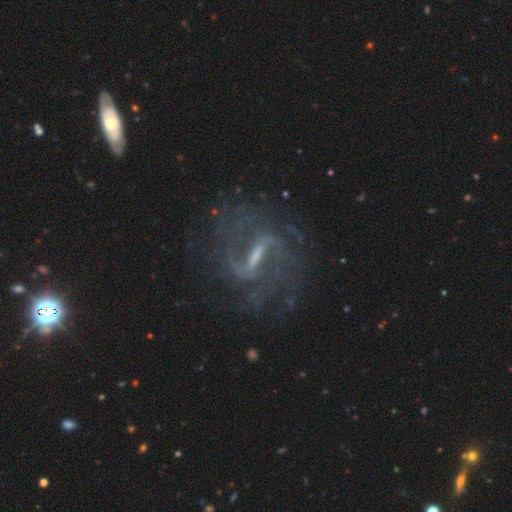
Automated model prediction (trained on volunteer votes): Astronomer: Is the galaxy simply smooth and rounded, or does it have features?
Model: featured or disk — 87%.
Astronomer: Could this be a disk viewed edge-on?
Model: no — 94%.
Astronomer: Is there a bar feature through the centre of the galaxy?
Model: strong — 62%.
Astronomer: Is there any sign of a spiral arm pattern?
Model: yes — 94%.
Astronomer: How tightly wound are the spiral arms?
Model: medium — 48% (runner-up: loose, 29%).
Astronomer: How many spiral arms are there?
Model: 2 — 60%.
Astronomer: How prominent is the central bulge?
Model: small — 42% (runner-up: moderate, 29%).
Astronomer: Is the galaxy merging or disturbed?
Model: none — 66%.